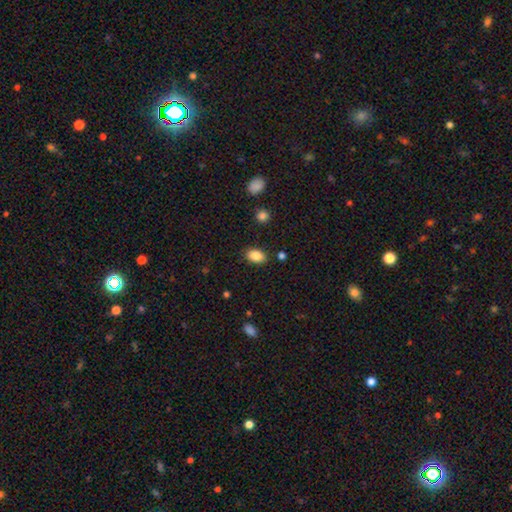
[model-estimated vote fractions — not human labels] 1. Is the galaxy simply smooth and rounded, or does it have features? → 87% smooth, 8% star or artifact, 4% featured or disk.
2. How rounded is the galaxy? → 87% in between, 12% round, 1% cigar-shaped.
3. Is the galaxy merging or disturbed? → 85% none, 10% minor disturbance, 3% major disturbance, 2% merger.